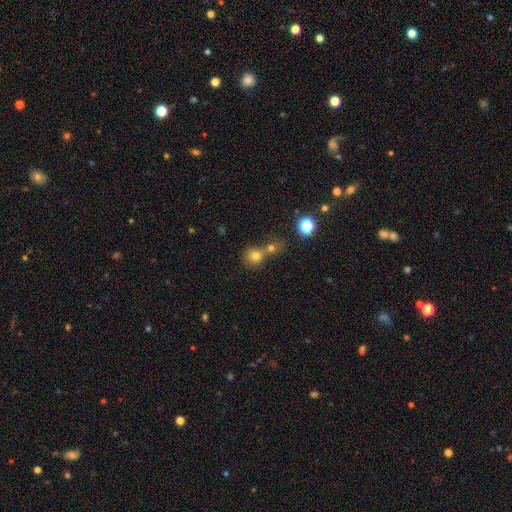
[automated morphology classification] Smooth or featured? Predicted: smooth (p=0.74). How rounded? Predicted: round (p=0.83). Merging? Predicted: merger (p=0.52).